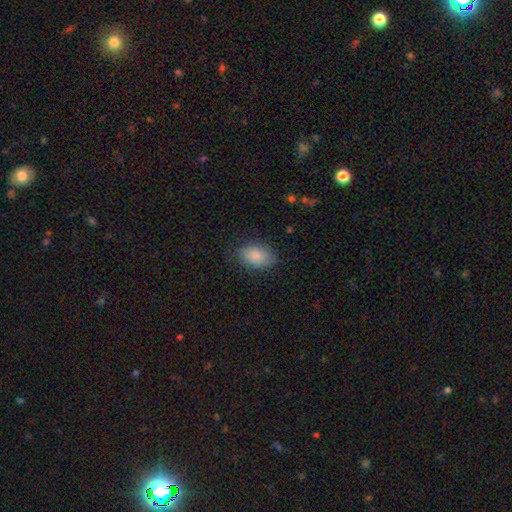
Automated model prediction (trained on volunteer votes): Smooth or featured? smooth (87%)
How rounded? in between (89%)
Merging? none (82%)